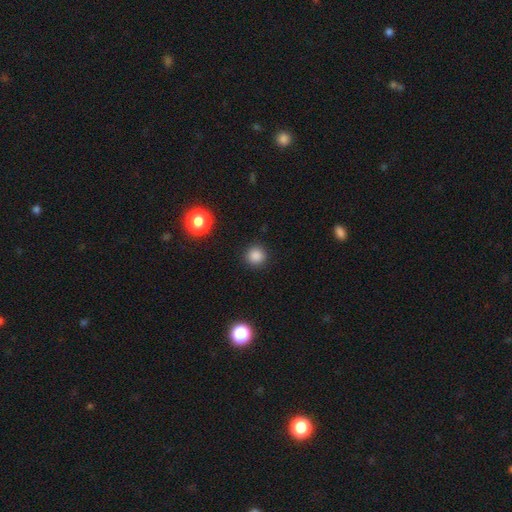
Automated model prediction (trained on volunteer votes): smooth-or-featured: smooth: 84% | star or artifact: 13% | featured or disk: 3%
  how-rounded: round: 95% | in between: 4% | cigar-shaped: 1%
  merging: none: 91% | minor disturbance: 6% | major disturbance: 2% | merger: 1%